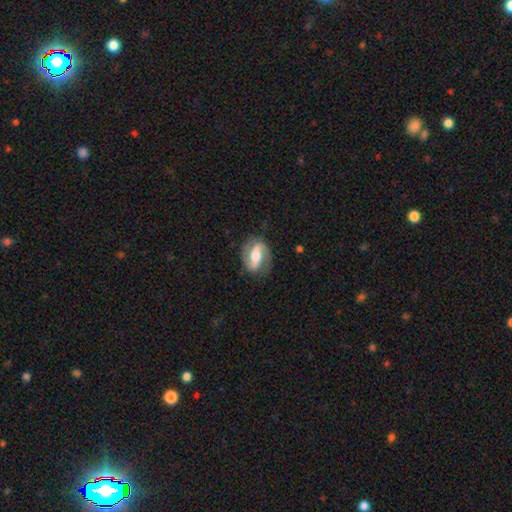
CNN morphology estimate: featured or disk 76%, smooth 19%, star or artifact 5%. Down the decision tree: edge-on disk — no (95%); bar — strong (50%); spiral arms — yes (87%); spiral arm count — 2 (87%); spiral winding — medium (45%); bulge size — moderate (65%); merging — none (77%).